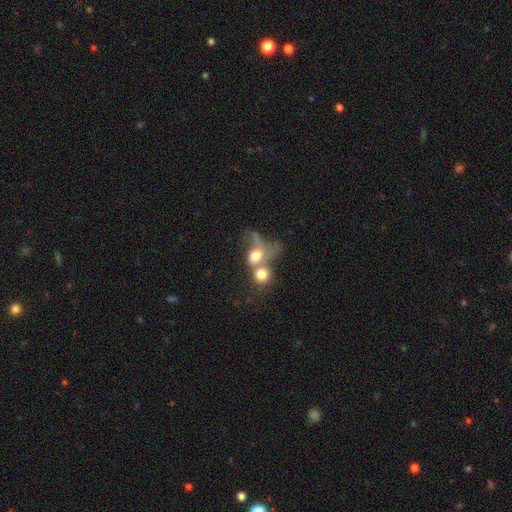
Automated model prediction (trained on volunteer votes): Overall: smooth (62%; featured or disk 27%). How rounded: round (50%; in between 47%). Merging: merger (67%).